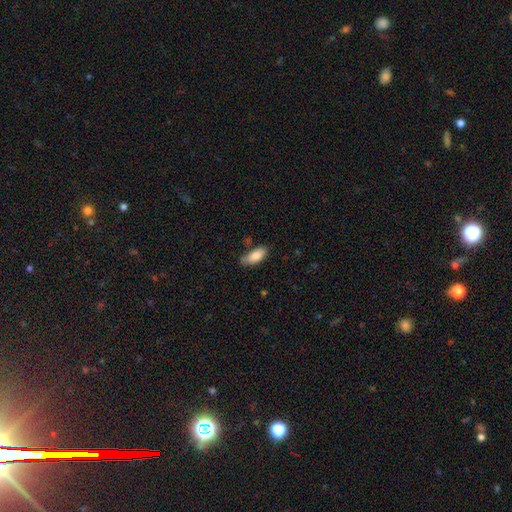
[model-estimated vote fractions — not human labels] This is clearly a smooth galaxy (84%). How rounded: clearly in between (85%). Merging: likely none (66%).